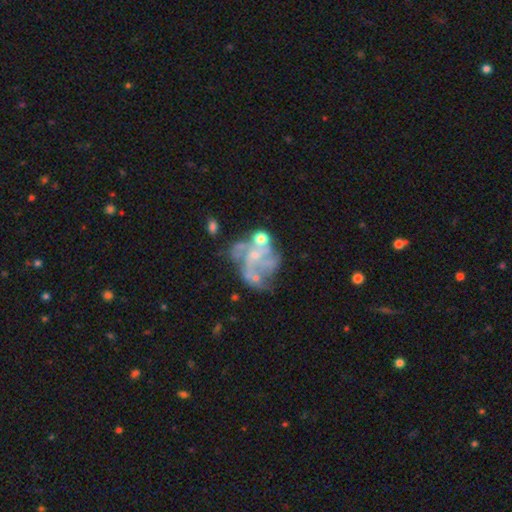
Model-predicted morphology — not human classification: featured or disk 70%, smooth 17%, star or artifact 13%. Down the decision tree: edge-on disk — no (98%); bar — no (79%); spiral arms — yes (53%); bulge size — small (49%); merging — major disturbance (32%, tied with none).